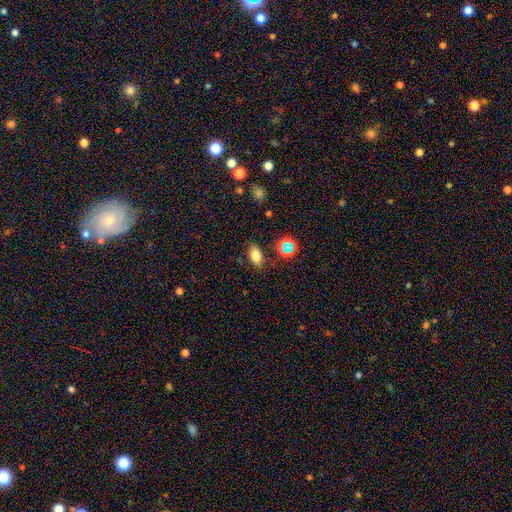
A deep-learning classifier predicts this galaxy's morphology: smooth 75%, star or artifact 15%, featured or disk 10%. Down the decision tree: how rounded — in between (86%); merging — none (81%).